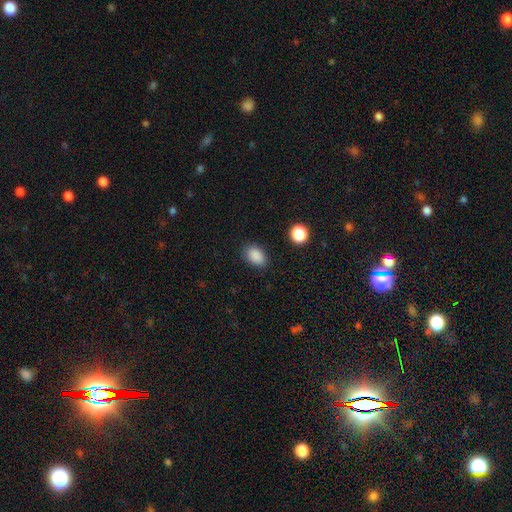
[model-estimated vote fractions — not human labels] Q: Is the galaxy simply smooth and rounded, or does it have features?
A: smooth — 88%.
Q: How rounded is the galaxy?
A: in between — 83%.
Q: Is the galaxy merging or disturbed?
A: none — 86%.